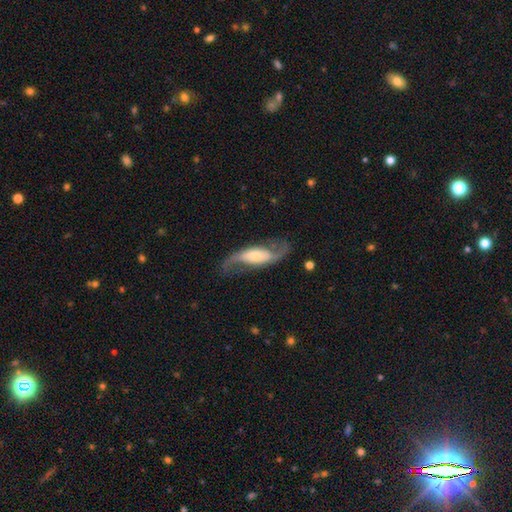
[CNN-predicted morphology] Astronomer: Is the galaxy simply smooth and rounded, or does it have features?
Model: featured or disk — 82%.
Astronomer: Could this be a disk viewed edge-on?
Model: no — 90%.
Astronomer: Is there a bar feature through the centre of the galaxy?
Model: no — 46% (runner-up: weak, 31%).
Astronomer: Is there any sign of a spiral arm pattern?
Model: yes — 94%.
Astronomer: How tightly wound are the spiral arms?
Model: loose — 73%.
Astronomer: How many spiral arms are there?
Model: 2 — 92%.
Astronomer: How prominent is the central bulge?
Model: small — 38%, tied with moderate at 38%.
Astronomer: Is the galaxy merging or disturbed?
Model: none — 71%.